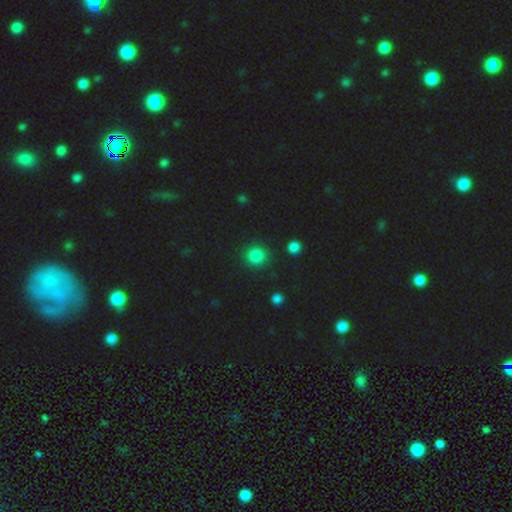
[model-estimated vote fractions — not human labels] The model was most divided on "smooth or featured": smooth: 83%, star or artifact: 13%, featured or disk: 4%. More confident: how rounded — round (89%); merging — none (88%).